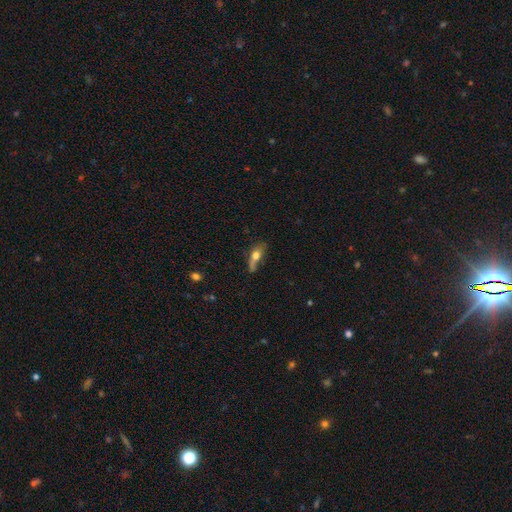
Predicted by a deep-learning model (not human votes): This appears to be a smooth galaxy with no disk features (61%) that is in between round and cigar-shaped (59%). Merging: none (36%).